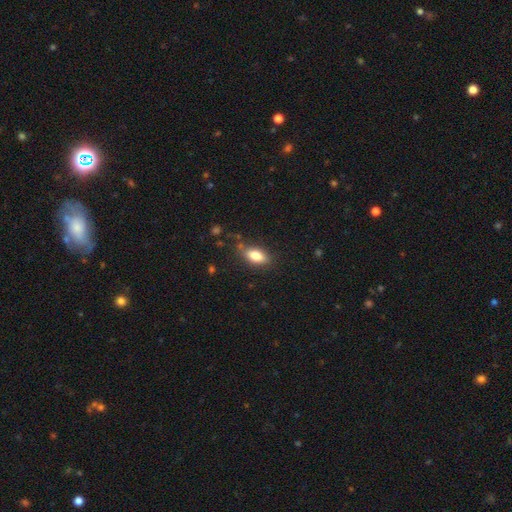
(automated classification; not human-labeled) smooth_or_featured: smooth (p=0.80) [alt: featured or disk p=0.12]
how_rounded: in between (p=0.85) [alt: cigar-shaped p=0.09]
merging: none (p=0.76) [alt: minor disturbance p=0.17]